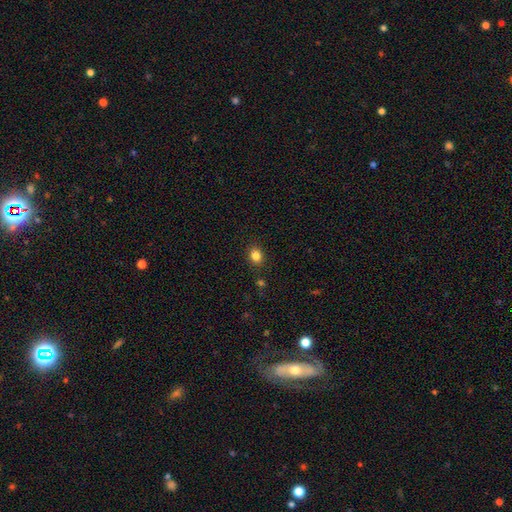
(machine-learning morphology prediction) Q: Smooth or featured?
A: smooth (82%); runner-up: star or artifact (13%)
Q: How rounded?
A: round (65%); runner-up: in between (34%)
Q: Merging?
A: none (86%); runner-up: minor disturbance (9%)